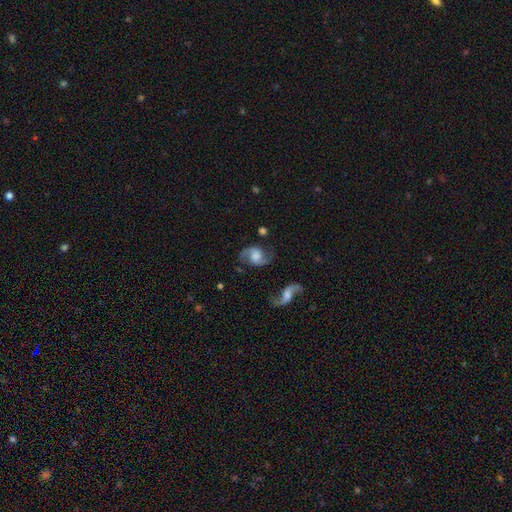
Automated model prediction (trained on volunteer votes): The model was most divided on "spiral winding": medium: 49%, loose: 39%, tight: 12%. Remaining: edge-on disk — no (98%); spiral arms — yes (97%); spiral arm count — 2 (94%); smooth or featured — featured or disk (87%); merging — none (76%); bar — no (59%); bulge size — moderate (41%).